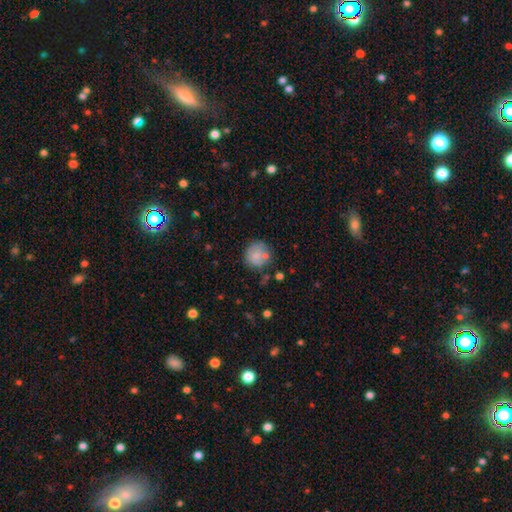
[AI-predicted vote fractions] Smooth or featured? Predicted: smooth (p=0.74). How rounded? Predicted: round (p=0.88). Merging? Predicted: none (p=0.65).